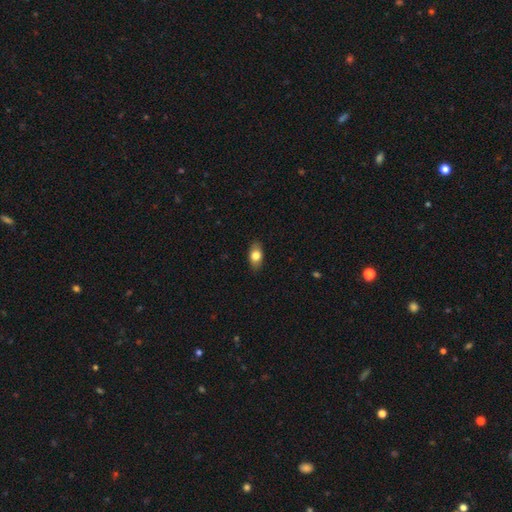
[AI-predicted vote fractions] Smooth or featured: smooth — 77% (featured or disk — 16%)
How rounded: in between — 85% (round — 9%)
Merging: none — 87% (minor disturbance — 10%)